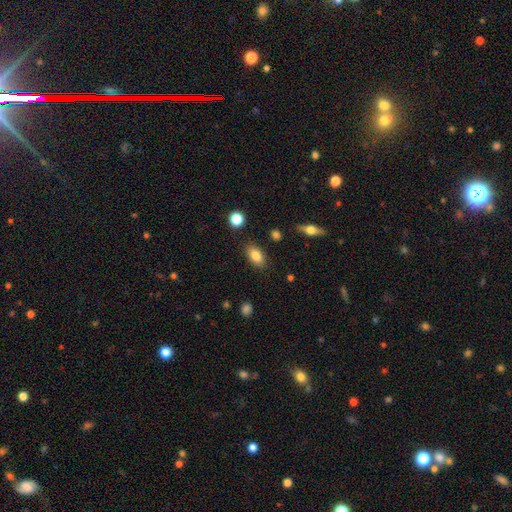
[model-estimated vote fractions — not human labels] smooth 83%, featured or disk 9%, star or artifact 8%. Down the decision tree: how rounded — in between (89%); merging — none (85%).